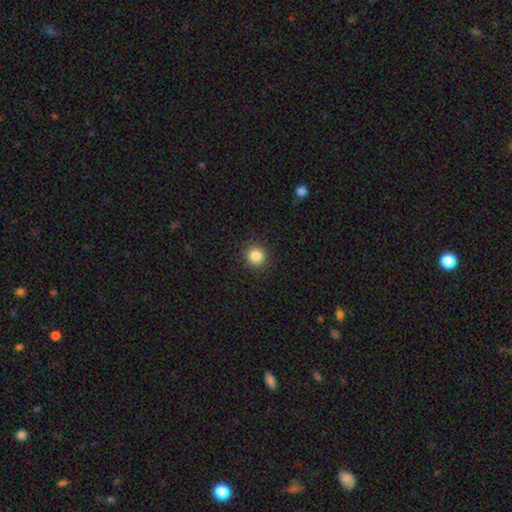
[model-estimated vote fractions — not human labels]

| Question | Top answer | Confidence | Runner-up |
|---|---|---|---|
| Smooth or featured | smooth | 85% | star or artifact (10%) |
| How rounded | round | 94% | in between (6%) |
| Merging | none | 91% | minor disturbance (6%) |